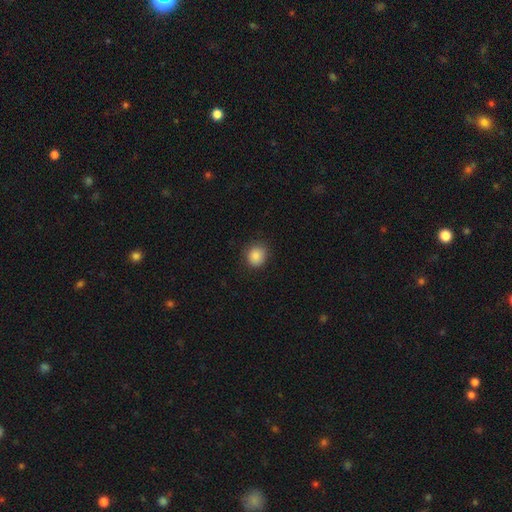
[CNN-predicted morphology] The model was most divided on "how rounded": round: 78%, in between: 21%, cigar-shaped: 1%. More confident: smooth or featured — smooth (86%); merging — none (84%).